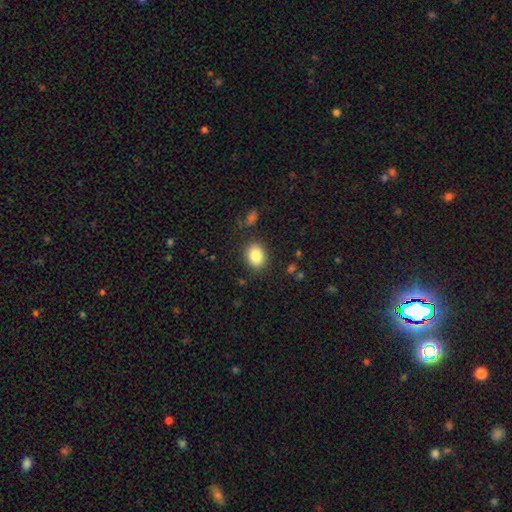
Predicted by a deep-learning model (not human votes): Morphology: type=smooth (85%); roundness=in between (57%); merging=none (85%).